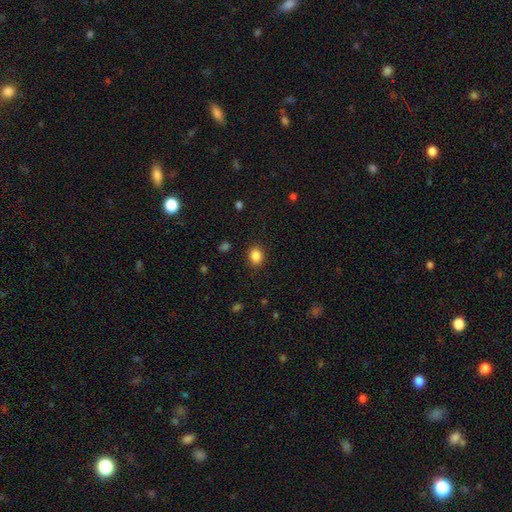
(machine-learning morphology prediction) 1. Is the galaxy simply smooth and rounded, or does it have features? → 87% smooth, 10% star or artifact, 3% featured or disk.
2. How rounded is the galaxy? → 53% in between, 47% round, 1% cigar-shaped.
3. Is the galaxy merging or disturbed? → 88% none, 8% minor disturbance, 3% major disturbance, 1% merger.